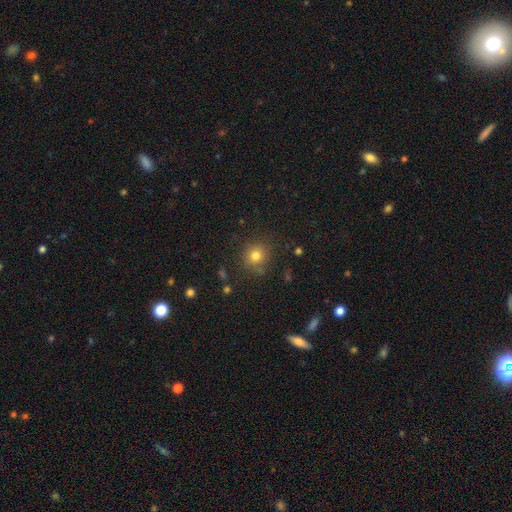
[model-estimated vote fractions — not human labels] This is likely a smooth galaxy (79%). How rounded: clearly round (90%). Merging: clearly none (82%).